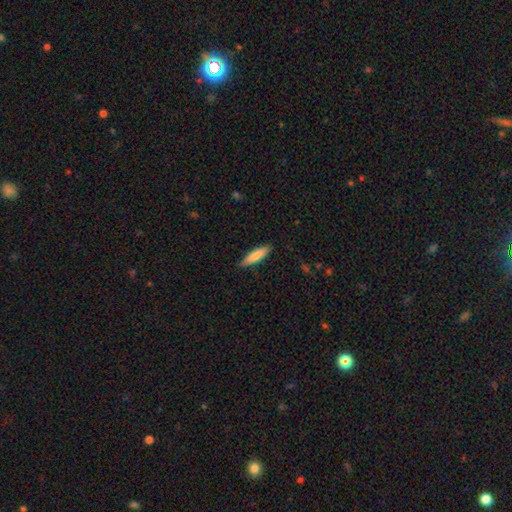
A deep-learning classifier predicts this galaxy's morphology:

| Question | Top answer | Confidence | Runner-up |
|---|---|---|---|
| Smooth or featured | smooth | 79% | featured or disk (15%) |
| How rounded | cigar-shaped | 71% | in between (28%) |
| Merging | none | 85% | minor disturbance (12%) |